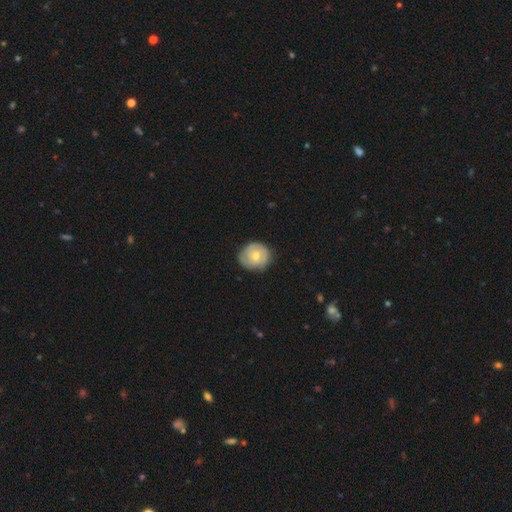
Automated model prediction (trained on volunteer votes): This is possibly a smooth galaxy (56%). How rounded: clearly round (81%). Merging: likely none (73%).